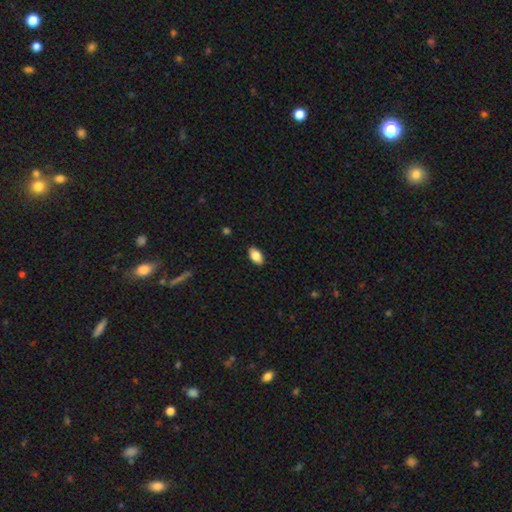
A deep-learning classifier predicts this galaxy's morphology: A smooth galaxy with no disk features (86%) that is in between round and cigar-shaped (93%). Merging: none (88%).